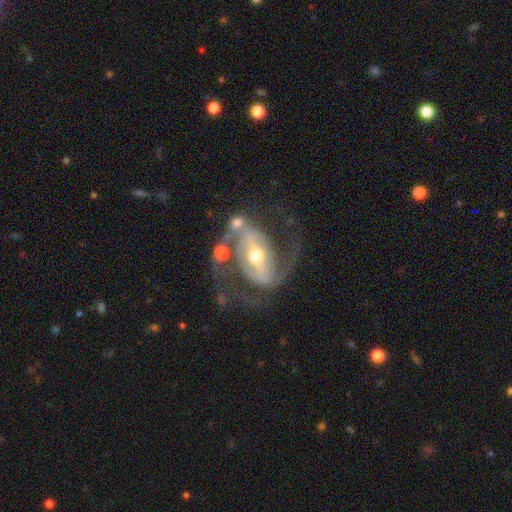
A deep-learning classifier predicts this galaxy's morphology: This appears to be a featured or disk galaxy (89%) with a strong bar (59%), 2 (89%) medium (54%) spiral arms (93%) and a moderate central bulge (65%). Merging: none (60%).